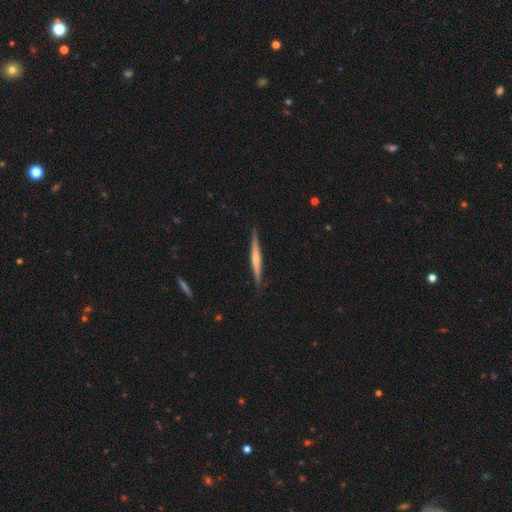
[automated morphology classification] smooth_or_featured: featured or disk (p=0.64) [alt: smooth p=0.30]
disk_edge_on: yes (p=0.97) [alt: no p=0.03]
edge_on_bulge: rounded (p=0.57) [alt: none p=0.32]
merging: none (p=0.87) [alt: minor disturbance p=0.10]